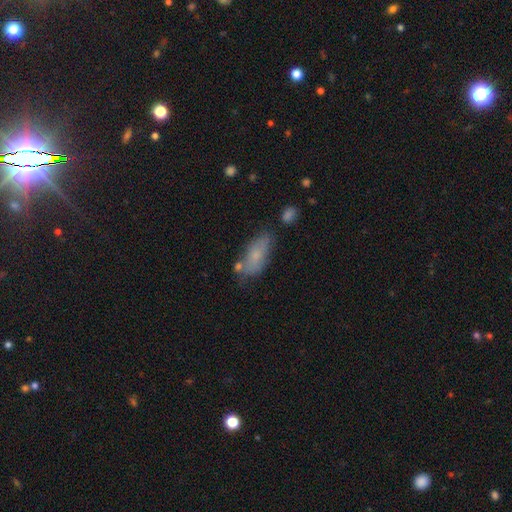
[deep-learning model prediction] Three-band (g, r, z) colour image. It shows a smooth galaxy with no disk features (70%) that is in between round and cigar-shaped (80%). Merging: none (57%).